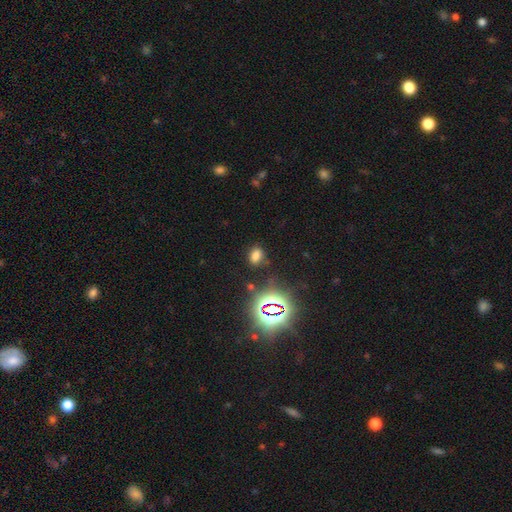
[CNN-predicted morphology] smooth 64%, star or artifact 30%, featured or disk 7%. Down the decision tree: how rounded — in between (76%); merging — none (79%).